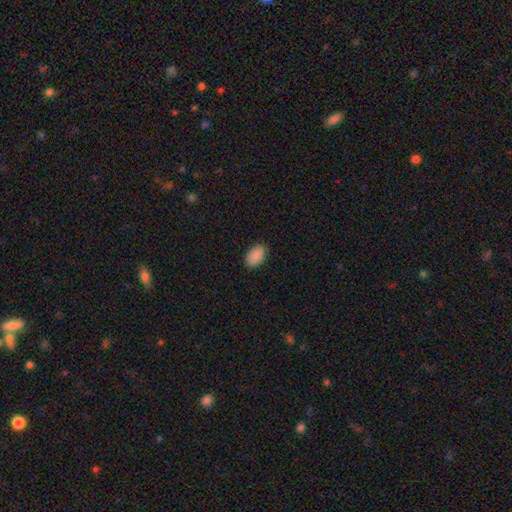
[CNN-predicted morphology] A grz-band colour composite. It shows a smooth galaxy with no disk features (90%) that is in between round and cigar-shaped (91%). Merging: none (85%).